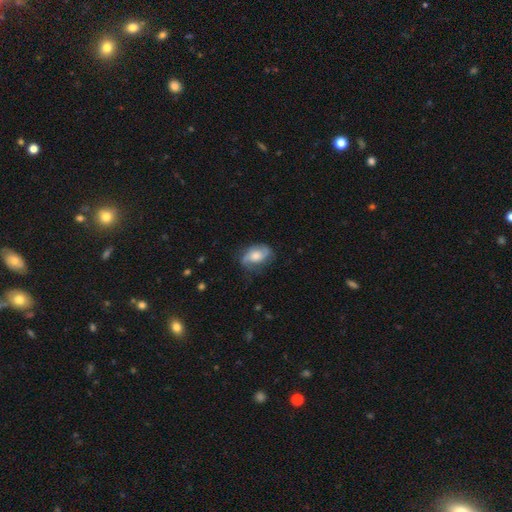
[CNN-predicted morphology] A featured or disk galaxy (53%) with no bar (69%), spiral arms (85%) and a moderate central bulge (49%).

Vote fractions:
- Smooth or featured? featured or disk: 53% / smooth: 39% / star or artifact: 8%
- Edge-on disk? no: 95% / yes: 5%
- Bar? no: 69% / weak: 26% / strong: 5%
- Spiral arms? yes: 85% / no: 15%
- Bulge size? moderate: 49% / large: 24% / small: 18% / none: 6% / dominant: 3%
- Merging? none: 61% / minor disturbance: 26% / major disturbance: 11% / merger: 2%